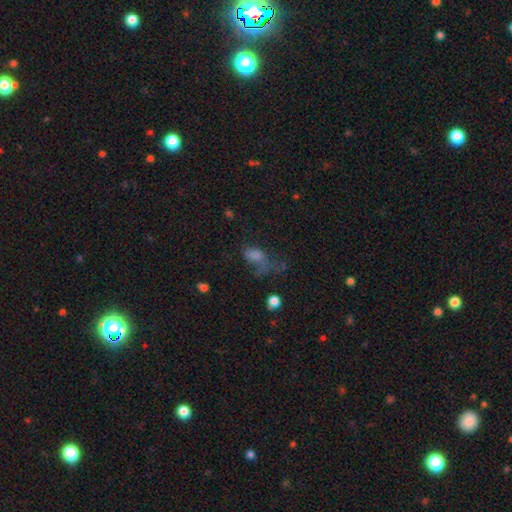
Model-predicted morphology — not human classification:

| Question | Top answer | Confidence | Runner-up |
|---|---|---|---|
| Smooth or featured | smooth | 55% | star or artifact (25%) |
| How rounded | in between | 77% | round (15%) |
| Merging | major disturbance | 44% | none (29%) |